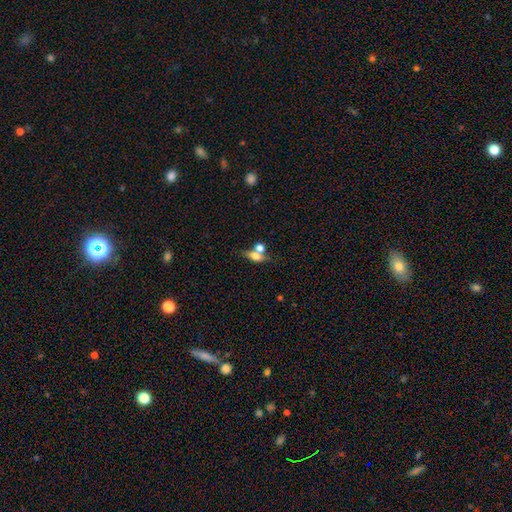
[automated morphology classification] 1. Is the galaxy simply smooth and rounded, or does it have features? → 62% smooth, 28% featured or disk, 11% star or artifact.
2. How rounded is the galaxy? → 60% in between, 20% cigar-shaped, 20% round.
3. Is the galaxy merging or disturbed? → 41% none, 40% merger, 12% minor disturbance, 7% major disturbance.